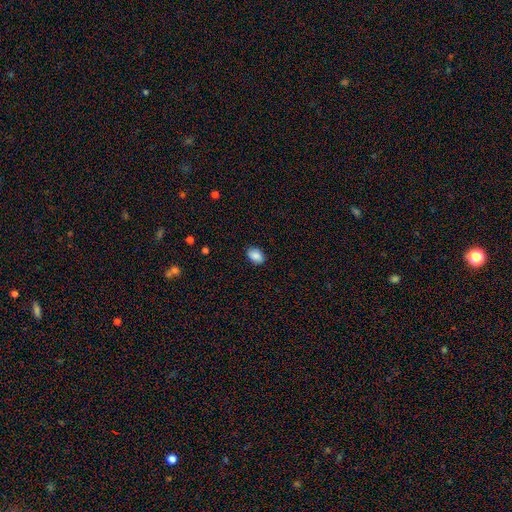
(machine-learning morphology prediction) A smooth galaxy with no disk features (88%) that is in between round and cigar-shaped (85%). Merging: none (87%).